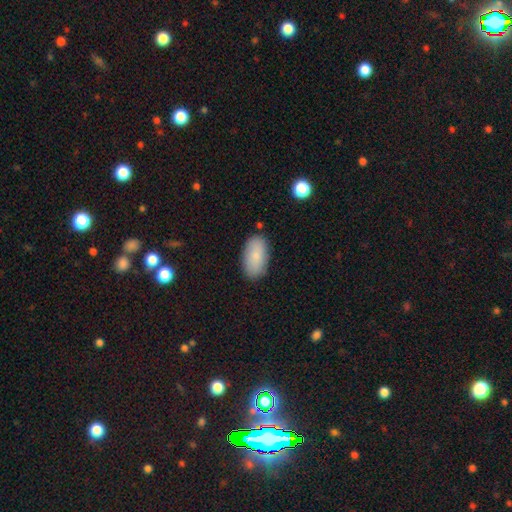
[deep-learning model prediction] Smooth or featured?
  - smooth: 83% *
  - featured or disk: 10%
  - star or artifact: 7%
How rounded?
  - in between: 94% *
  - round: 4%
  - cigar-shaped: 2%
Merging?
  - none: 84% *
  - minor disturbance: 11%
  - major disturbance: 3%
  - merger: 2%